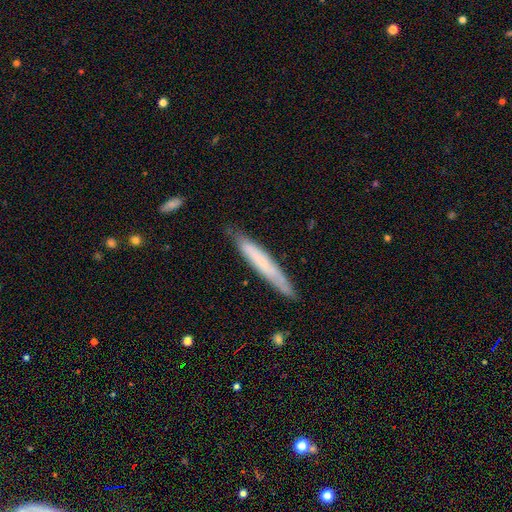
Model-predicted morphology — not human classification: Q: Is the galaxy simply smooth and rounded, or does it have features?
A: smooth — 57%.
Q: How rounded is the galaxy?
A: cigar-shaped — 96%.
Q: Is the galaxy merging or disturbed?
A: none — 83%.